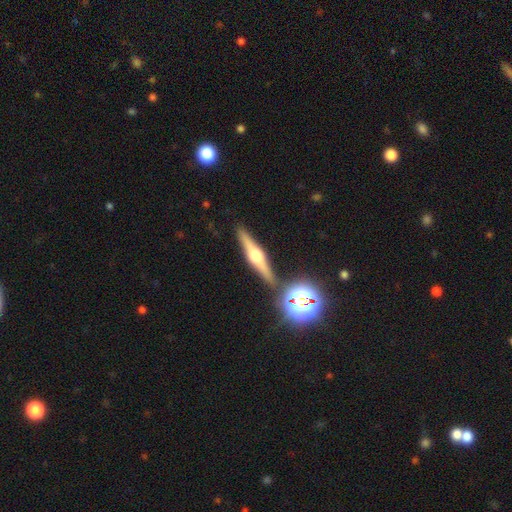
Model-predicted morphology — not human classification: A featured or disk galaxy (71%) viewed edge-on (97%) with a rounded central bulge (94%).

Vote fractions:
- Smooth or featured? featured or disk: 71% / smooth: 20% / star or artifact: 9%
- Edge-on disk? yes: 97% / no: 3%
- Edge-on bulge? rounded: 94% / boxy: 4% / none: 2%
- Merging? none: 85% / minor disturbance: 7% / merger: 6% / major disturbance: 2%